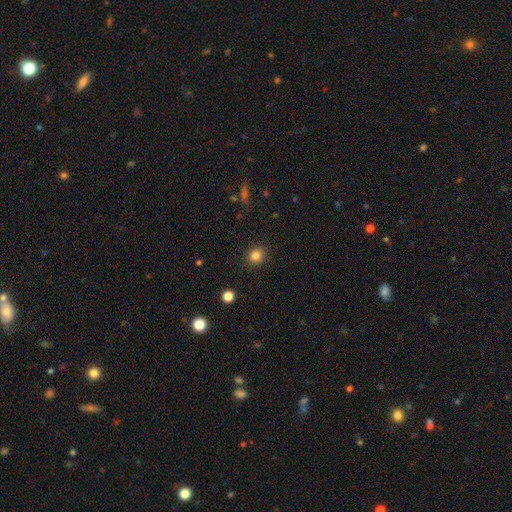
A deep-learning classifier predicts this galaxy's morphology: Smooth or featured? smooth (83%)
How rounded? round (83%)
Merging? none (90%)